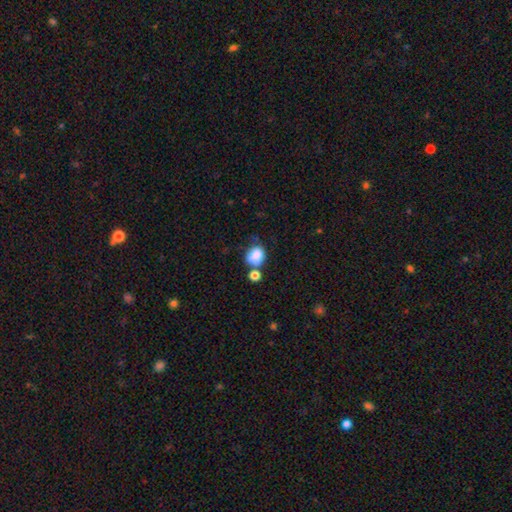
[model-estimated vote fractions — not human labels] Smooth or featured: smooth — 83% (star or artifact — 9%)
How rounded: in between — 56% (round — 43%)
Merging: none — 43% (merger — 32%)